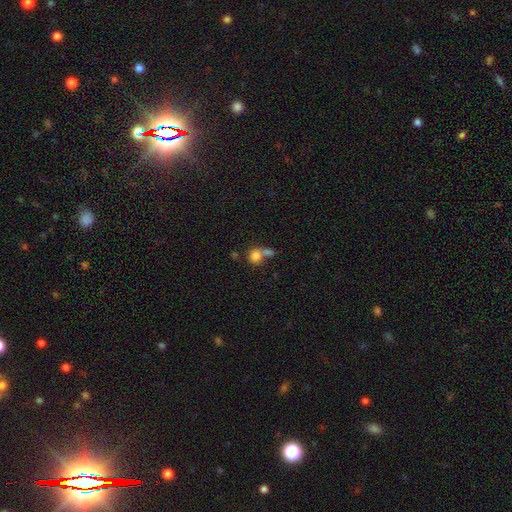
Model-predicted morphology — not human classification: Smooth or featured: smooth — 80% (featured or disk — 10%)
How rounded: round — 83% (in between — 15%)
Merging: merger — 47% (none — 39%)